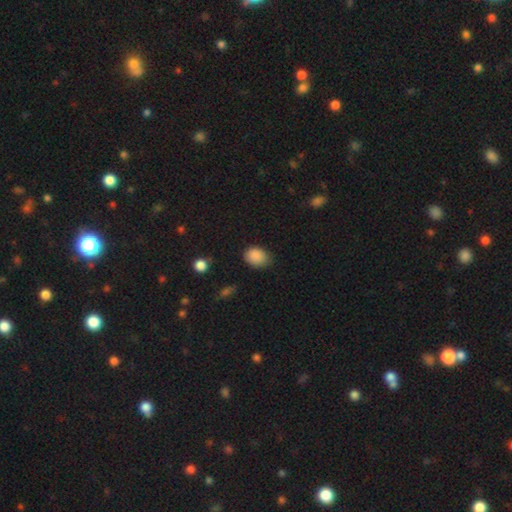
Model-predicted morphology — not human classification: A smooth galaxy with no disk features (88%) that is in between round and cigar-shaped (65%).

Vote fractions:
- Smooth or featured? smooth: 88% / star or artifact: 8% / featured or disk: 4%
- How rounded? in between: 65% / round: 34% / cigar-shaped: 1%
- Merging? none: 74% / minor disturbance: 21% / major disturbance: 4% / merger: 1%